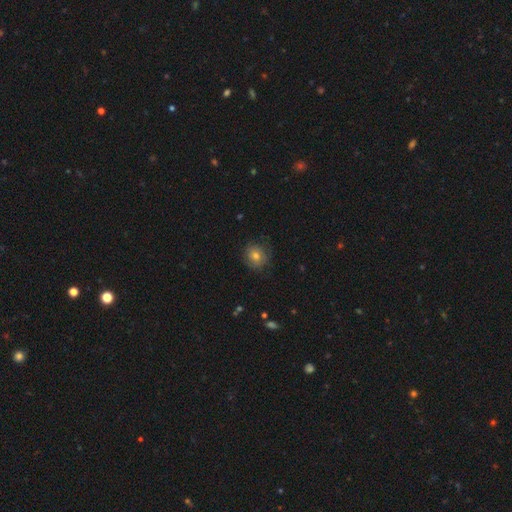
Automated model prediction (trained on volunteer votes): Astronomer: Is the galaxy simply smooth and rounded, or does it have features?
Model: smooth — 67%.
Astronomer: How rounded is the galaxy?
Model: round — 82%.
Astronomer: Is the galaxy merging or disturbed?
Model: none — 78%.